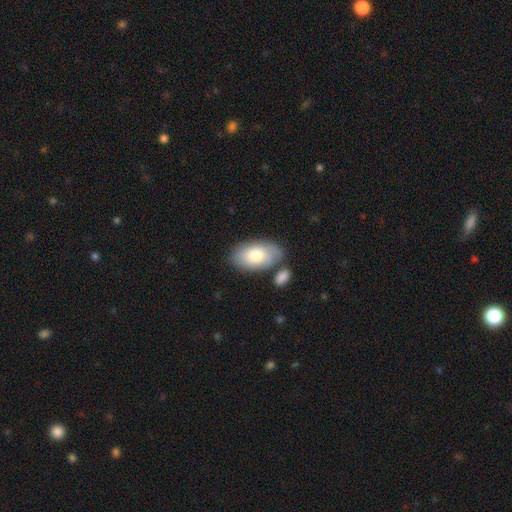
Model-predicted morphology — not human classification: Smooth or featured?
  - smooth: 76% *
  - featured or disk: 18%
  - star or artifact: 6%
How rounded?
  - in between: 93% *
  - round: 5%
  - cigar-shaped: 1%
Merging?
  - none: 68% *
  - minor disturbance: 16%
  - merger: 12%
  - major disturbance: 4%